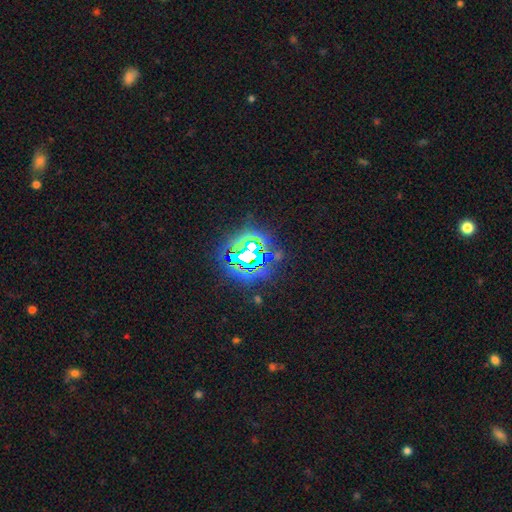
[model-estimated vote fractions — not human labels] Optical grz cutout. It shows a star or artifact, not a galaxy (77%).